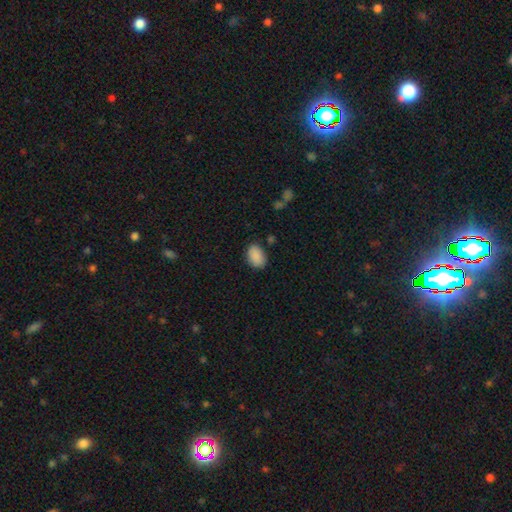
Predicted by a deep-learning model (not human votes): Q: Smooth or featured?
A: smooth (89%); runner-up: star or artifact (8%)
Q: How rounded?
A: in between (83%); runner-up: round (16%)
Q: Merging?
A: none (81%); runner-up: minor disturbance (14%)